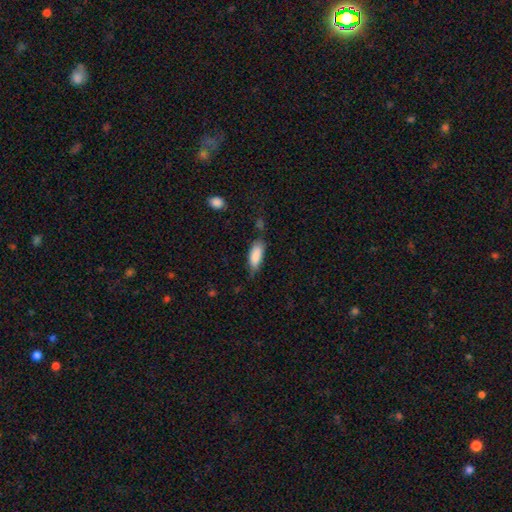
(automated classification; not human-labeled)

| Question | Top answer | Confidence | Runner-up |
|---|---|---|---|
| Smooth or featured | smooth | 86% | featured or disk (8%) |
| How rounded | in between | 78% | cigar-shaped (21%) |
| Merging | none | 61% | minor disturbance (28%) |